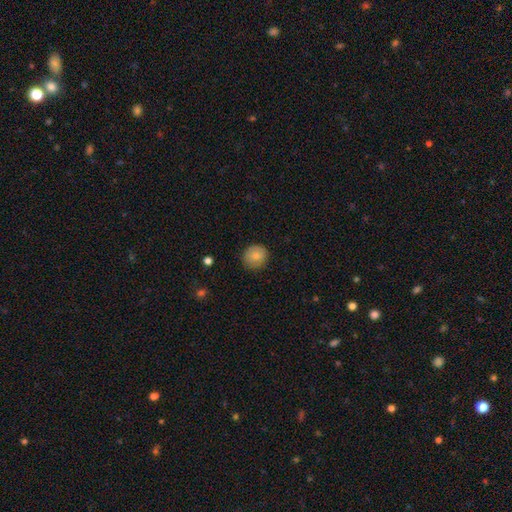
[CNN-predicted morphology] This appears to be a smooth galaxy with no disk features (83%) that is round (86%). Merging: none (85%).